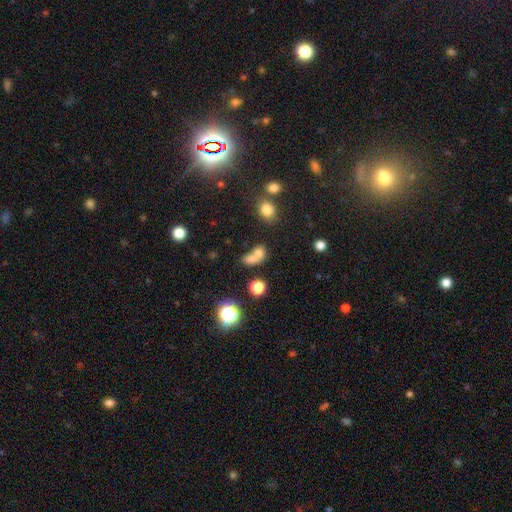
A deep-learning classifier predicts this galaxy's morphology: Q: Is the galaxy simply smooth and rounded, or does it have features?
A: smooth — 69%.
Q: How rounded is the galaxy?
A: in between — 49%.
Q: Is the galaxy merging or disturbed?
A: merger — 60%.